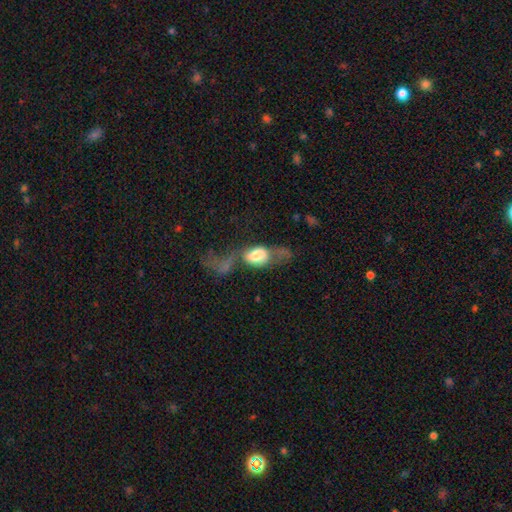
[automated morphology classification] This is possibly a smooth galaxy (57%). How rounded: likely in between (80%). Merging: possibly major disturbance (46%).